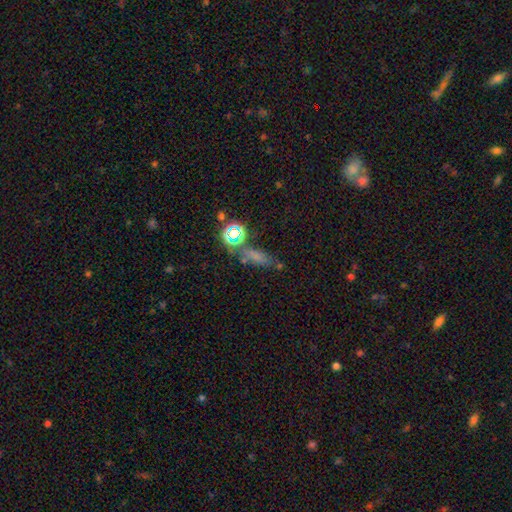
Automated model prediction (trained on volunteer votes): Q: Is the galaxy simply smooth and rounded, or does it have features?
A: smooth — 57%.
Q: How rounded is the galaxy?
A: cigar-shaped — 44%.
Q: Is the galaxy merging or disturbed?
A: none — 61%.